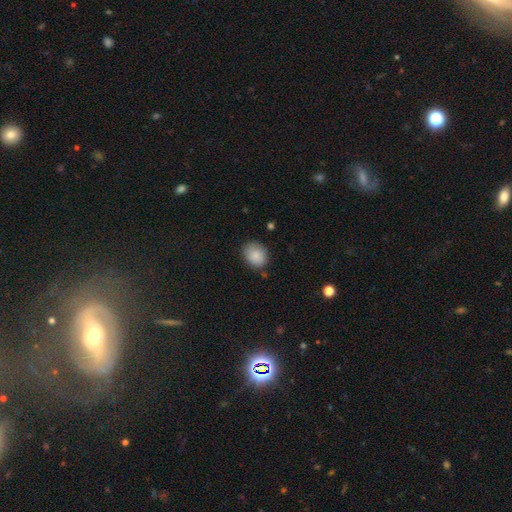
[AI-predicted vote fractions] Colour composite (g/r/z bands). It shows a smooth galaxy with no disk features (86%) that is round (51%). Merging: none (79%).